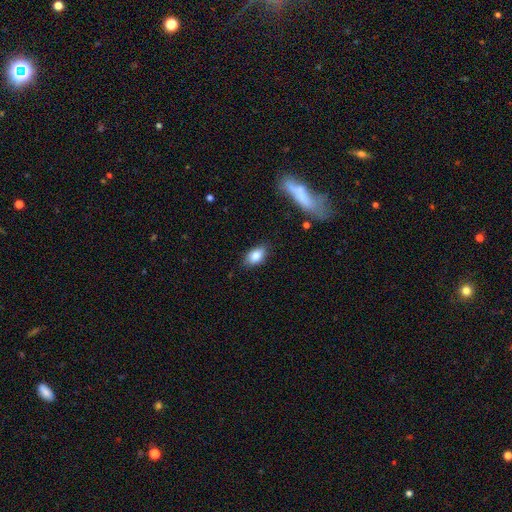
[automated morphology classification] This is clearly a smooth galaxy (84%). How rounded: clearly in between (89%). Merging: clearly none (81%).